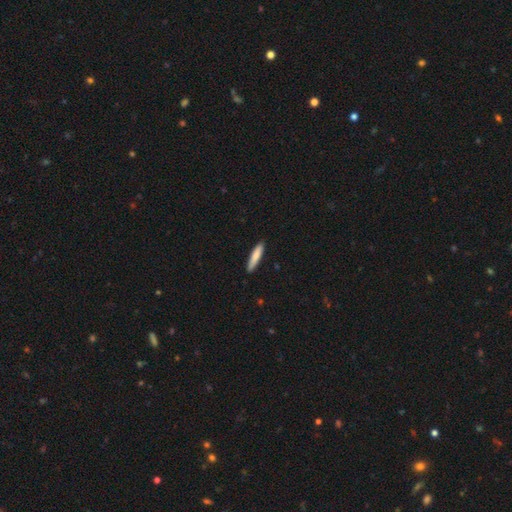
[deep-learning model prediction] This is clearly a smooth galaxy (80%). How rounded: clearly cigar-shaped (88%). Merging: clearly none (88%).